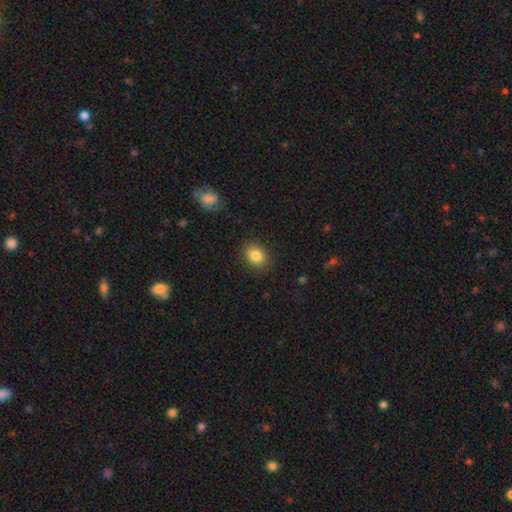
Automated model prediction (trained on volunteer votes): smooth 85%, star or artifact 9%, featured or disk 6%. Down the decision tree: how rounded — in between (54%); merging — none (87%).